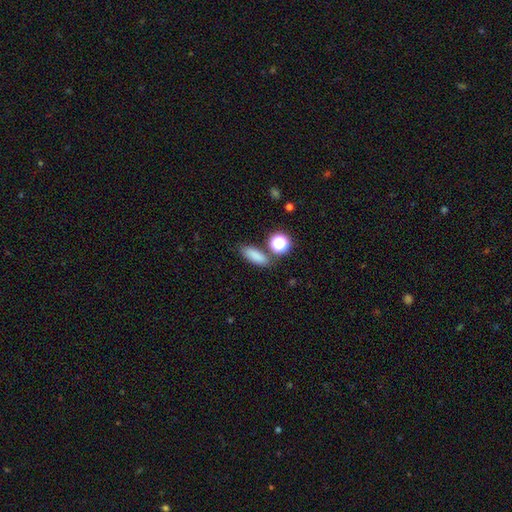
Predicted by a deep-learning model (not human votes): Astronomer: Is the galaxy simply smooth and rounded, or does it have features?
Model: smooth — 82%.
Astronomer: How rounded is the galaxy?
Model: in between — 63%.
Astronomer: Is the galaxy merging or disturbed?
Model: none — 76%.